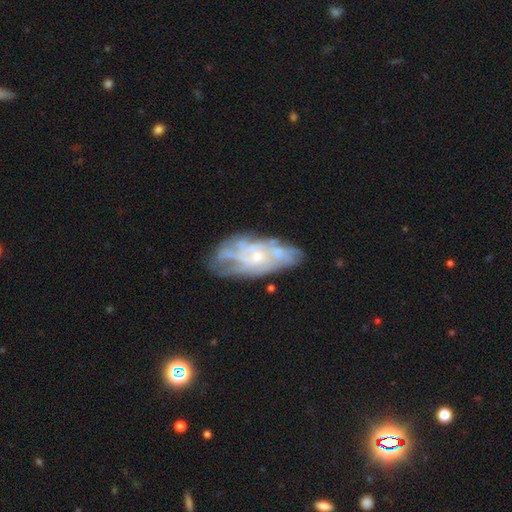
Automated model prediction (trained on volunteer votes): Smooth or featured: featured or disk — 74% (smooth — 19%)
Edge-on disk: no — 93% (yes — 7%)
Bar: no — 75% (weak — 21%)
Spiral arms: yes — 70% (no — 30%)
Bulge size: small — 60% (moderate — 28%)
Merging: none — 59% (minor disturbance — 23%)